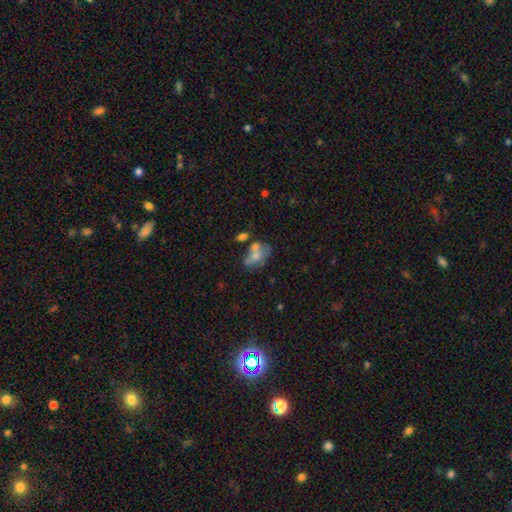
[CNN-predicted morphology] This is possibly a smooth galaxy (59%). How rounded: clearly in between (83%). Merging: marginally merger (39%).